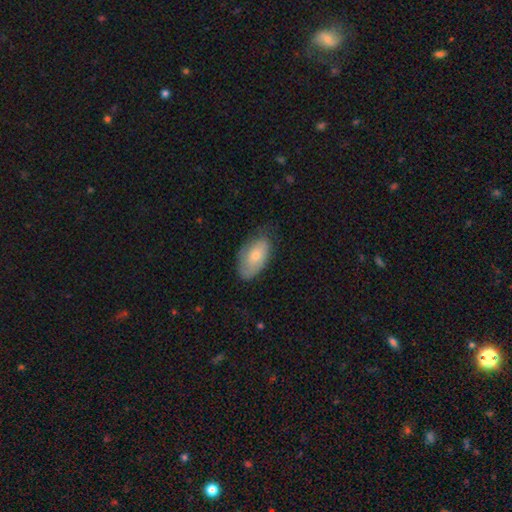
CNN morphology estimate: Smooth or featured? Predicted: smooth (p=0.70). How rounded? Predicted: in between (p=0.93). Merging? Predicted: none (p=0.61).